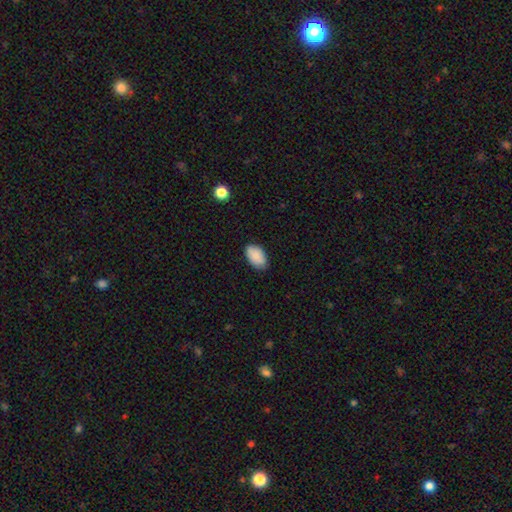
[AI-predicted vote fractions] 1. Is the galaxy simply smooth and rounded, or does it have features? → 86% smooth, 7% featured or disk, 7% star or artifact.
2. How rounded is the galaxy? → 92% in between, 6% round, 1% cigar-shaped.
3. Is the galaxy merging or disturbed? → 80% none, 17% minor disturbance, 3% major disturbance, 1% merger.